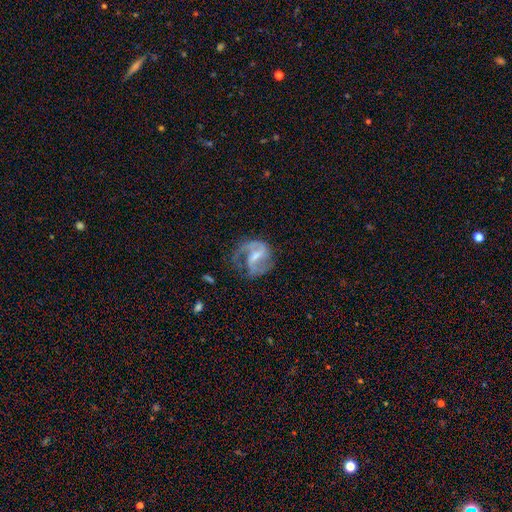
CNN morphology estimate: smooth_or_featured: featured or disk (p=0.85) [alt: smooth p=0.09]
disk_edge_on: no (p=0.98) [alt: yes p=0.02]
bar: weak (p=0.49) [alt: strong p=0.36]
has_spiral_arms: yes (p=0.95) [alt: no p=0.05]
spiral_winding: medium (p=0.55) [alt: loose p=0.25]
spiral_arm_count: 2 (p=0.79) [alt: 1 p=0.09]
bulge_size: small (p=0.45) [alt: moderate p=0.36]
merging: none (p=0.57) [alt: minor disturbance p=0.21]